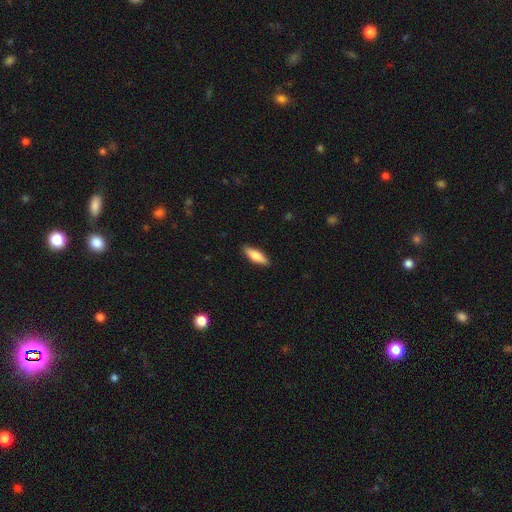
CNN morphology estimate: Q: Smooth or featured?
A: smooth (73%); runner-up: featured or disk (21%)
Q: How rounded?
A: in between (50%); runner-up: cigar-shaped (48%)
Q: Merging?
A: none (88%); runner-up: minor disturbance (9%)